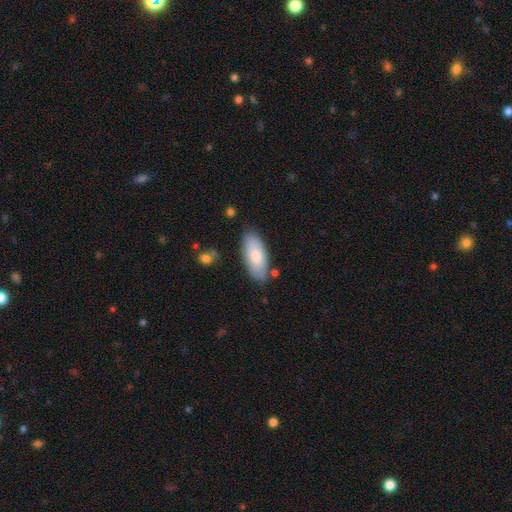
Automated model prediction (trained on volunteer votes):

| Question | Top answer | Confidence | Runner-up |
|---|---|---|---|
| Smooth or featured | smooth | 79% | featured or disk (16%) |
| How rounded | in between | 87% | cigar-shaped (12%) |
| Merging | none | 79% | minor disturbance (15%) |